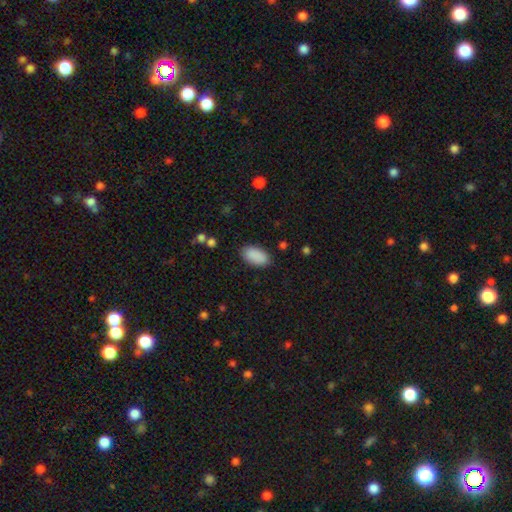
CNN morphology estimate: type=smooth (90%); roundness=in between (95%); merging=none (86%).